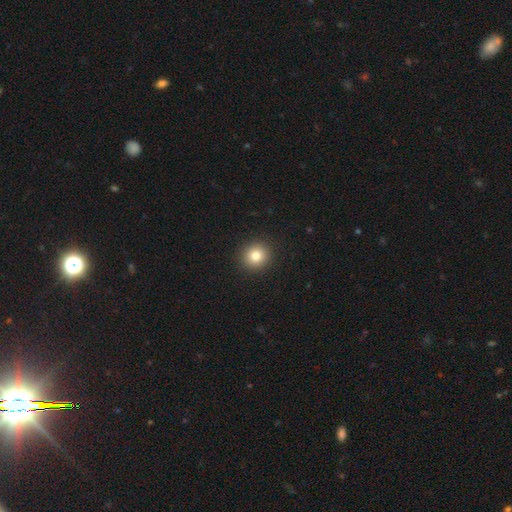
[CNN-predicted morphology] Smooth or featured: smooth — 82% (star or artifact — 11%)
How rounded: round — 90% (in between — 9%)
Merging: none — 92% (minor disturbance — 5%)